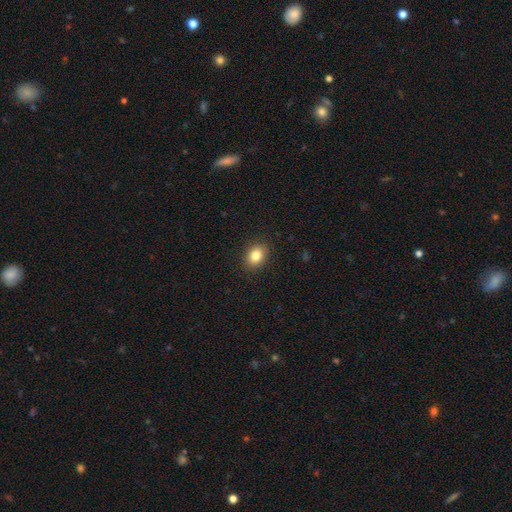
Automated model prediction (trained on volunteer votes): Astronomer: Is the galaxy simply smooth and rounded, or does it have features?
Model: smooth — 84%.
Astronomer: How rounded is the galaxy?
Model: in between — 62% (runner-up: round, 37%).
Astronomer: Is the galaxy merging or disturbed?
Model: none — 89%.